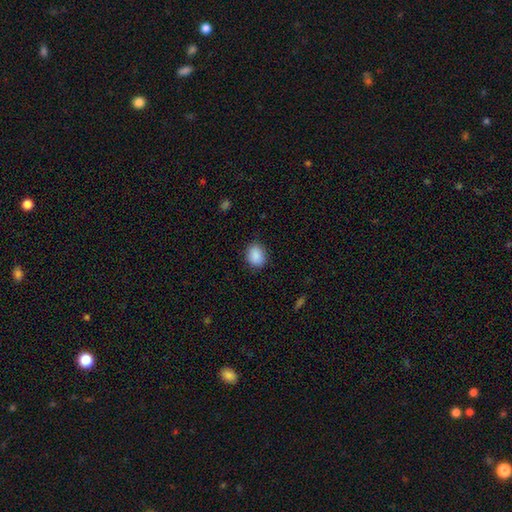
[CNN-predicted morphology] smooth 89%, star or artifact 8%, featured or disk 3%. Down the decision tree: how rounded — in between (56%); merging — none (86%).